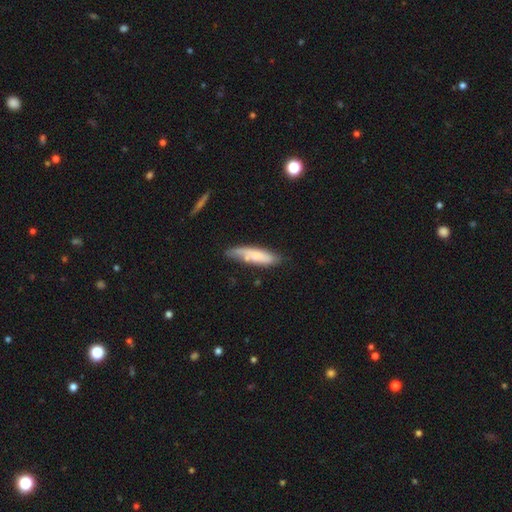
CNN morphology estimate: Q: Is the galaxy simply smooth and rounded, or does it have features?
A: smooth — 66%.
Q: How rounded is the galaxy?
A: cigar-shaped — 63%.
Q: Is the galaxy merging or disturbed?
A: none — 55%.